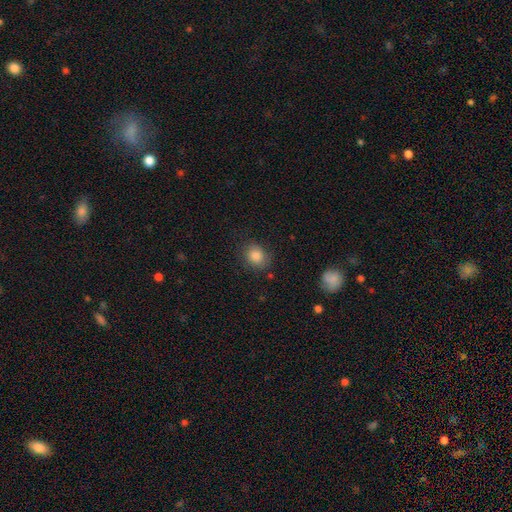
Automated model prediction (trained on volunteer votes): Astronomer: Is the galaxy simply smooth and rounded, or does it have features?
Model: smooth — 85%.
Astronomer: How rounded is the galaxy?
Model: round — 66%.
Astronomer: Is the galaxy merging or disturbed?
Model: none — 80%.